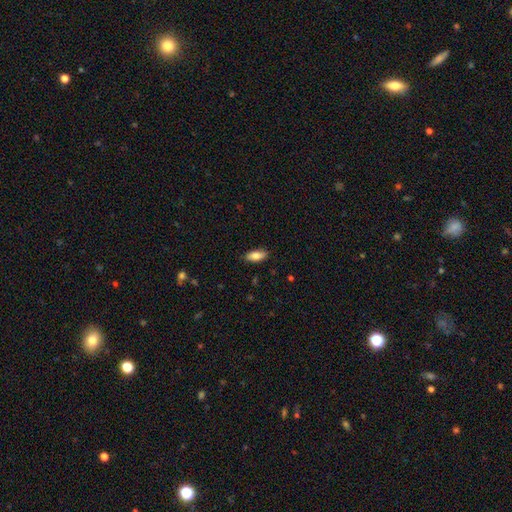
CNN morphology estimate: smooth 82%, featured or disk 11%, star or artifact 7%. Down the decision tree: how rounded — in between (84%); merging — none (87%).